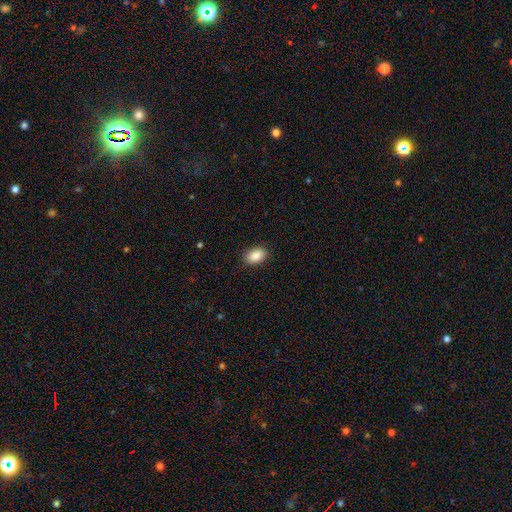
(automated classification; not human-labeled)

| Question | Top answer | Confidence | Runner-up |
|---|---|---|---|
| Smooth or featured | smooth | 89% | star or artifact (7%) |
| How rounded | in between | 89% | round (9%) |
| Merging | none | 89% | minor disturbance (8%) |